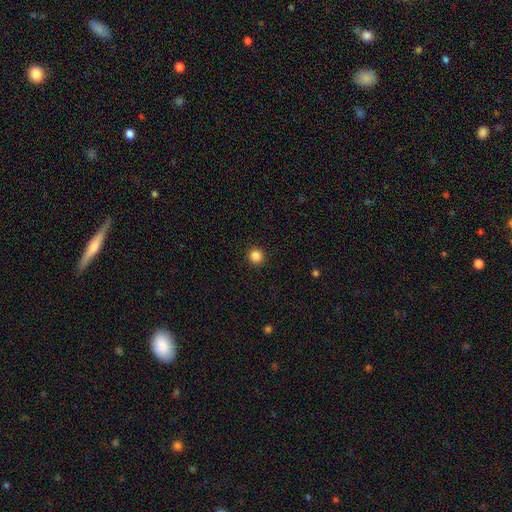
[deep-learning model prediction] Morphology: type=smooth (86%); roundness=round (95%); merging=none (93%).